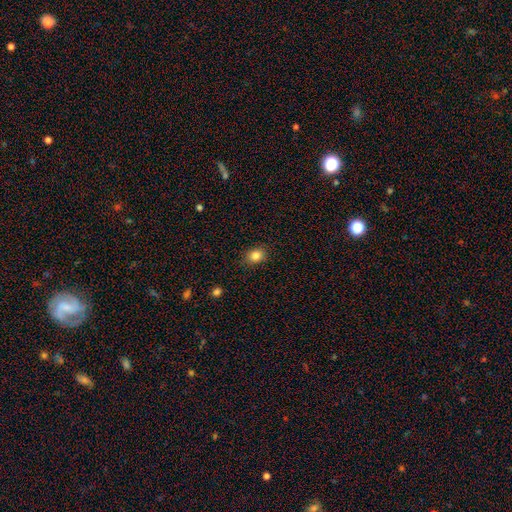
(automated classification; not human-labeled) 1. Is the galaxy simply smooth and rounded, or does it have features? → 84% smooth, 11% star or artifact, 6% featured or disk.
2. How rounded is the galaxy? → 51% round, 48% in between, 1% cigar-shaped.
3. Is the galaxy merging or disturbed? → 86% none, 10% minor disturbance, 2% major disturbance, 1% merger.